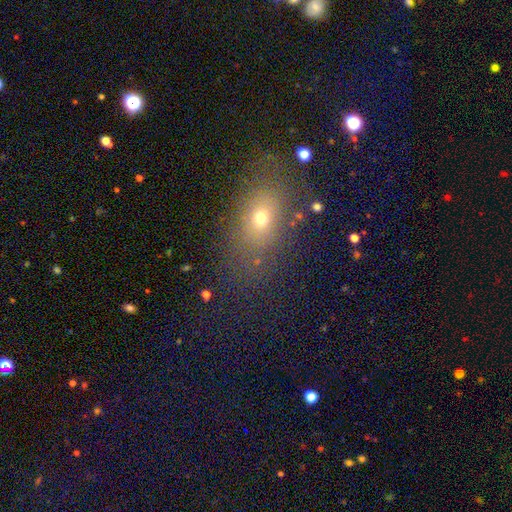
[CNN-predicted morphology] smooth_or_featured: smooth (p=0.58) [alt: star or artifact p=0.26]
how_rounded: in between (p=0.72) [alt: round p=0.20]
merging: none (p=0.79) [alt: minor disturbance p=0.12]